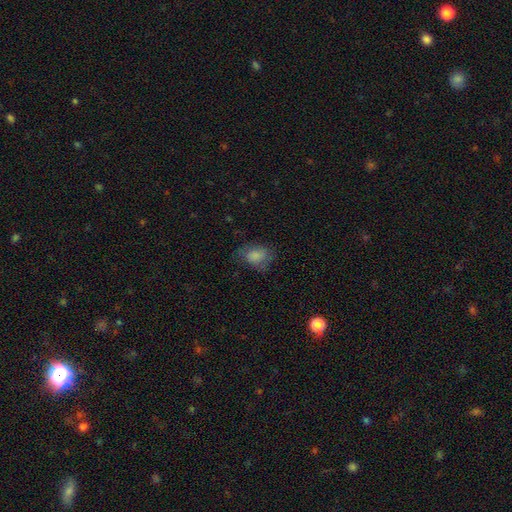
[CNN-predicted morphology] Smooth or featured: smooth — 80% (featured or disk — 10%)
How rounded: in between — 68% (round — 31%)
Merging: none — 60% (minor disturbance — 25%)